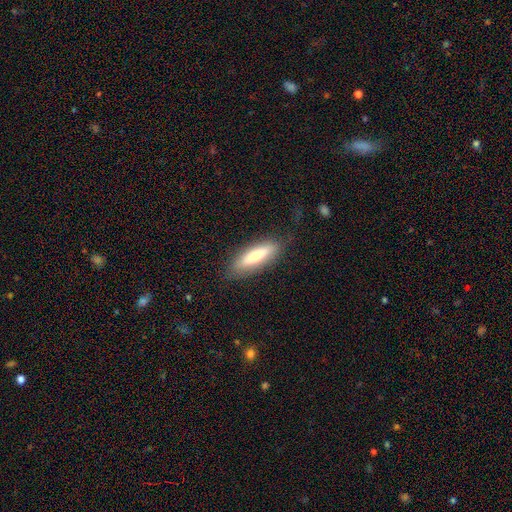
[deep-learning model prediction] Overall: smooth (65%; featured or disk 29%). How rounded: cigar-shaped (59%; in between 39%). Merging: none (82%).